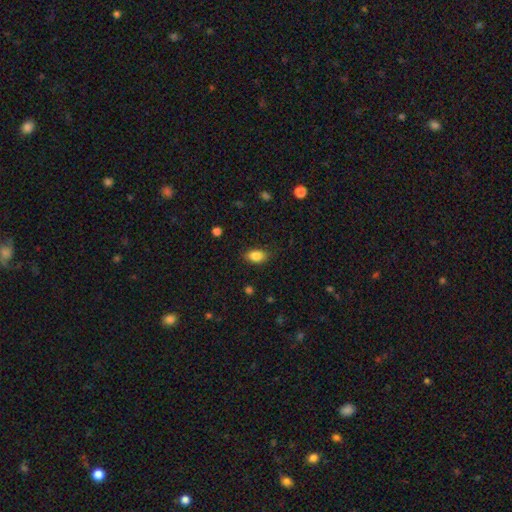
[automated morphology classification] smooth-or-featured: smooth: 85% | star or artifact: 9% | featured or disk: 6%
  how-rounded: in between: 86% | round: 11% | cigar-shaped: 3%
  merging: none: 84% | minor disturbance: 12% | major disturbance: 3% | merger: 1%